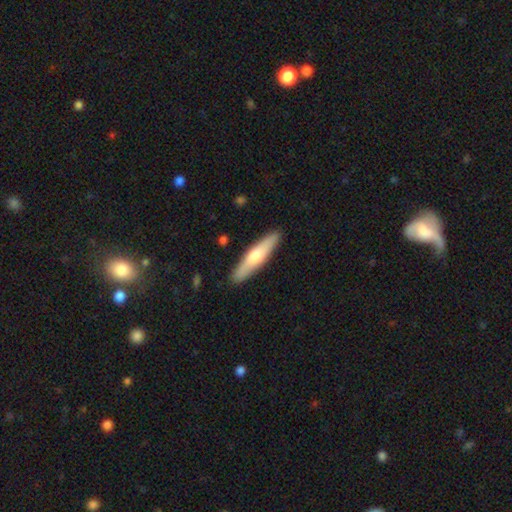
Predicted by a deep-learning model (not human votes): The model was most divided on "smooth or featured": smooth: 56%, featured or disk: 39%, star or artifact: 5%. More confident: merging — none (90%); how rounded — cigar-shaped (84%).